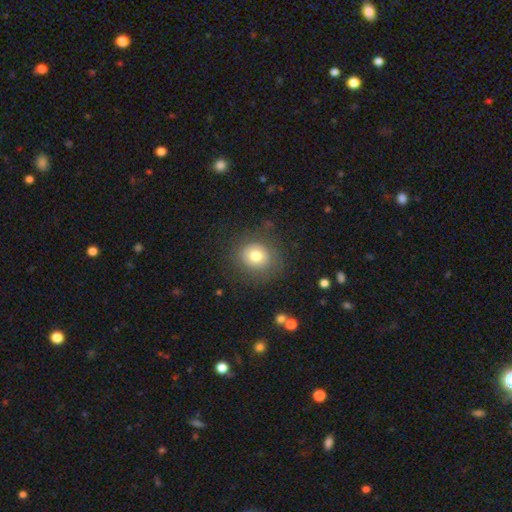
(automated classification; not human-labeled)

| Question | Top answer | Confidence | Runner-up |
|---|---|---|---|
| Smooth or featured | smooth | 73% | featured or disk (15%) |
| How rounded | round | 85% | in between (14%) |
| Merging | none | 80% | minor disturbance (12%) |